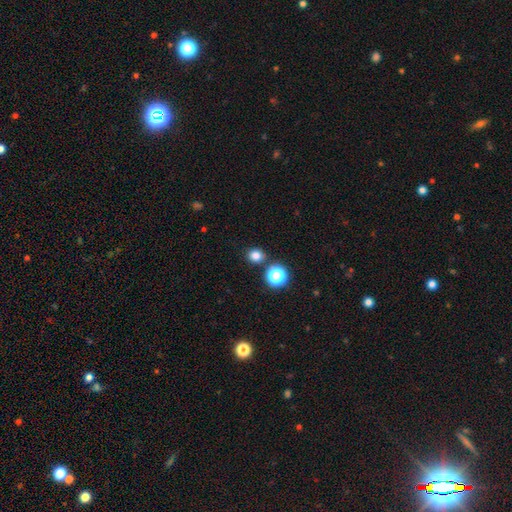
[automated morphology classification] Smooth or featured? Predicted: smooth (p=0.79). How rounded? Predicted: round (p=0.78). Merging? Predicted: none (p=0.83).